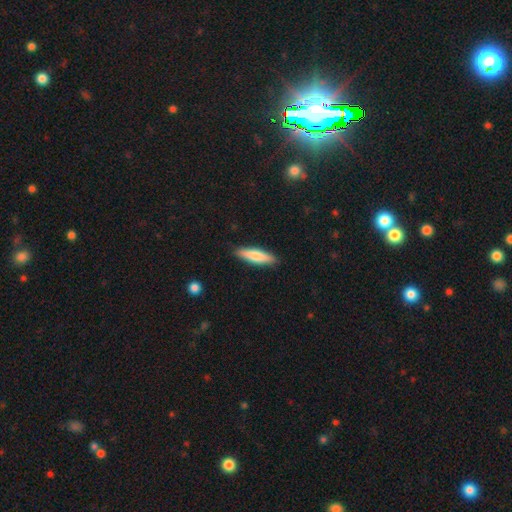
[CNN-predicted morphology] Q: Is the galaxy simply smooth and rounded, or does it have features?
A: smooth — 76%.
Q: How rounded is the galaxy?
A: cigar-shaped — 72%.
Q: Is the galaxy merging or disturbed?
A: none — 89%.